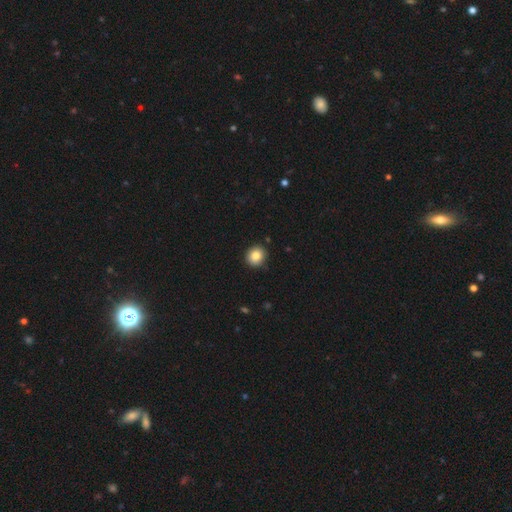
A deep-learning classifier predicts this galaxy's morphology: smooth-or-featured: smooth: 85% | star or artifact: 9% | featured or disk: 6%
  how-rounded: round: 84% | in between: 15% | cigar-shaped: 1%
  merging: none: 89% | minor disturbance: 8% | major disturbance: 2% | merger: 1%